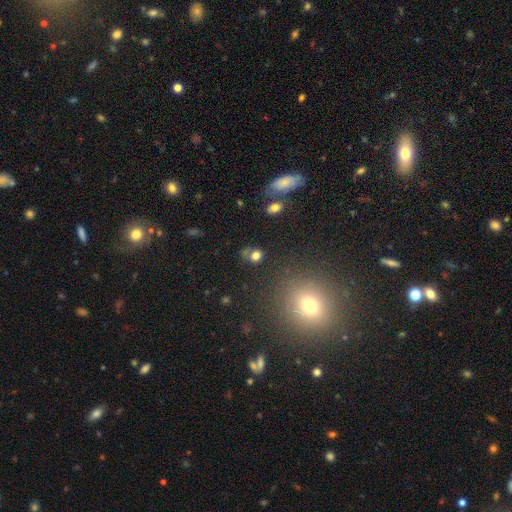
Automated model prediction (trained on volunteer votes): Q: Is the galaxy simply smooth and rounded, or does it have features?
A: smooth — 74%.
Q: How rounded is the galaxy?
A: round — 63%.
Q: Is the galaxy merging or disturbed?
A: none — 57%.